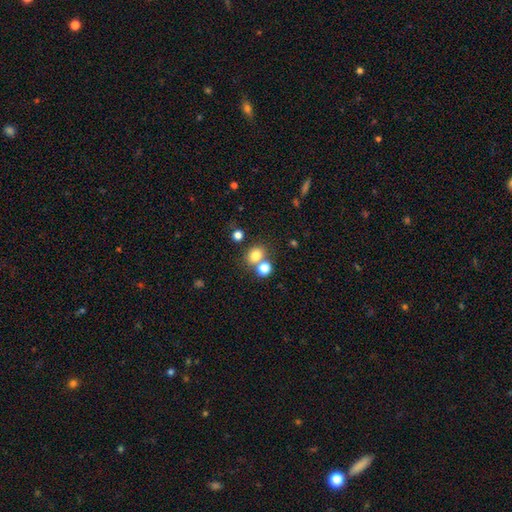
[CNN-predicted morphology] Smooth or featured: smooth — 77% (star or artifact — 14%)
How rounded: round — 64% (in between — 35%)
Merging: none — 58% (merger — 30%)